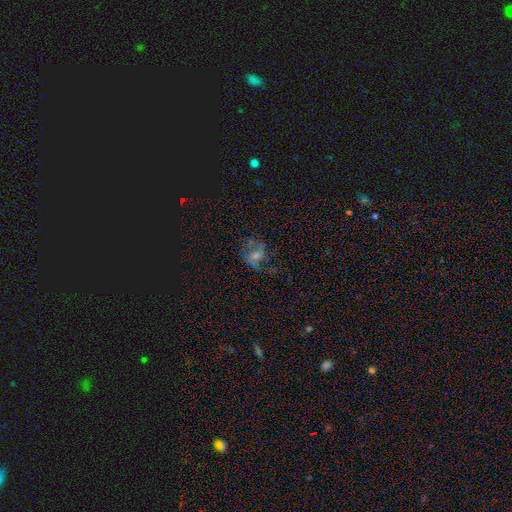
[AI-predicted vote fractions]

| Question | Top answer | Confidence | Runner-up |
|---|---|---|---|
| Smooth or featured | featured or disk | 58% | star or artifact (22%) |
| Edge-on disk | no | 96% | yes (4%) |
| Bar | no | 49% | weak (39%) |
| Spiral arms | yes | 79% | no (21%) |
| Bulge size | moderate | 44% | small (38%) |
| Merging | none | 54% | major disturbance (25%) |